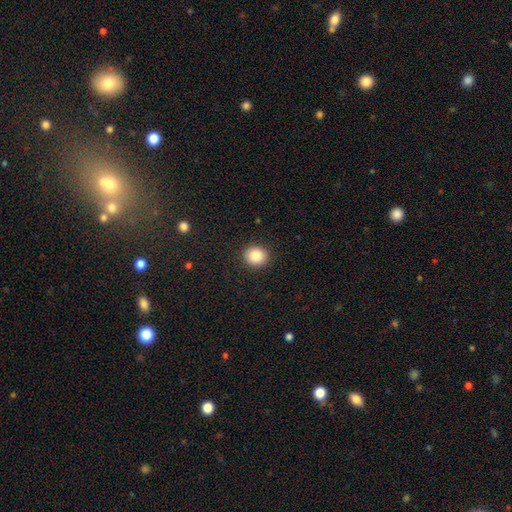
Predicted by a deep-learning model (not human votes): This appears to be a smooth galaxy with no disk features (87%) that is round (80%). Merging: none (91%).